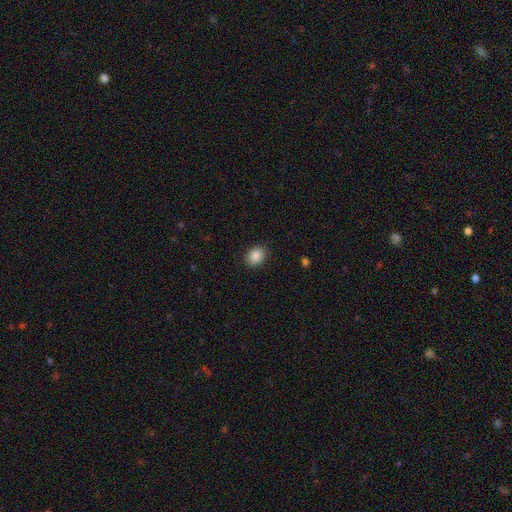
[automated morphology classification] smooth-or-featured: smooth: 87% | star or artifact: 8% | featured or disk: 4%
  how-rounded: in between: 58% | round: 42% | cigar-shaped: 1%
  merging: none: 88% | minor disturbance: 9% | major disturbance: 2% | merger: 1%